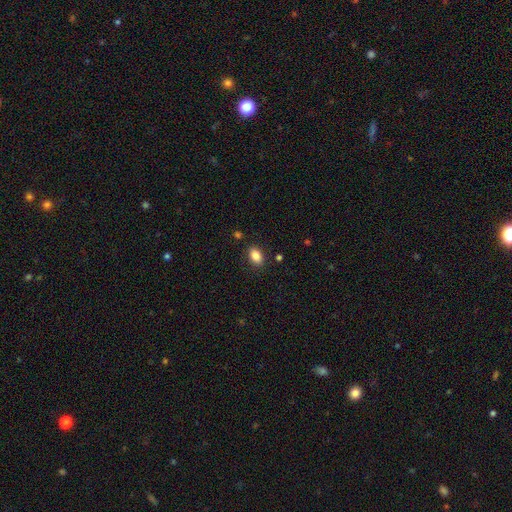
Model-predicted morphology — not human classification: This is clearly a smooth galaxy (86%). How rounded: clearly in between (85%). Merging: clearly none (86%).